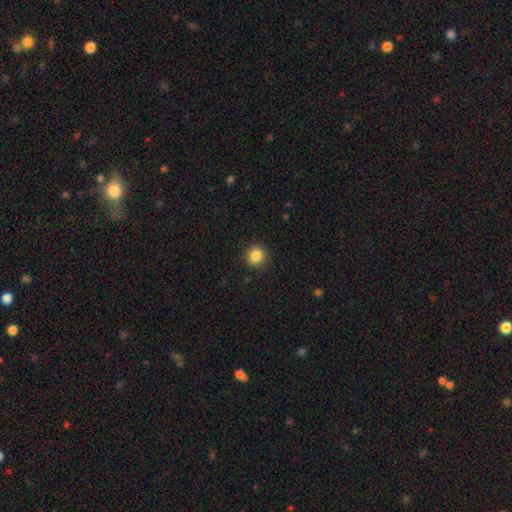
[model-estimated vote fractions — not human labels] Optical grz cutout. It shows a smooth galaxy with no disk features (86%) that is round (93%). Merging: none (91%).